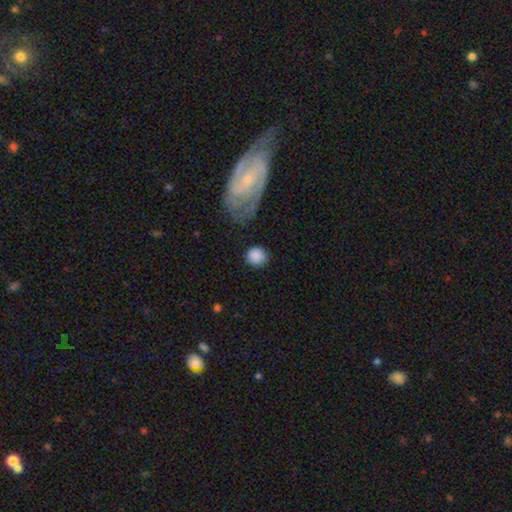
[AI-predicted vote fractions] Overall: smooth (85%). How rounded: round (90%). Merging: none (81%).